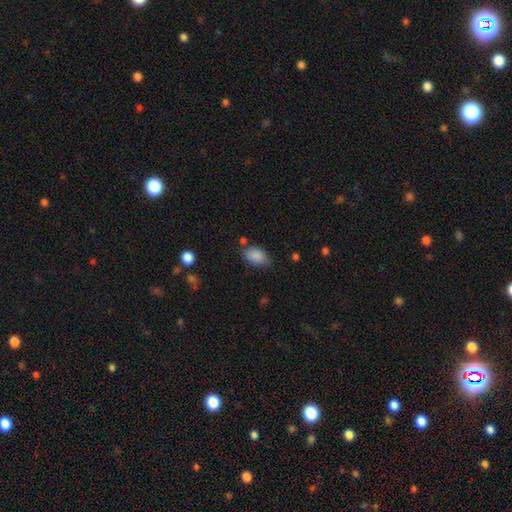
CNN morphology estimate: A smooth galaxy with no disk features (88%) that is in between round and cigar-shaped (89%).

Vote fractions:
- Smooth or featured? smooth: 88% / star or artifact: 8% / featured or disk: 5%
- How rounded? in between: 89% / round: 10% / cigar-shaped: 1%
- Merging? none: 71% / minor disturbance: 19% / merger: 5% / major disturbance: 5%